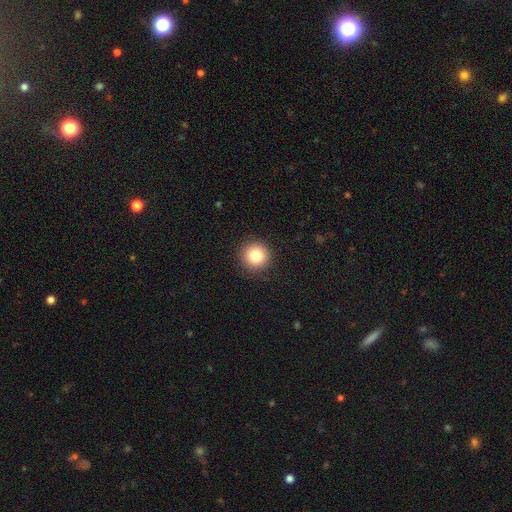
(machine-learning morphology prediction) This appears to be a smooth galaxy with no disk features (83%) that is round (95%). Merging: none (92%).